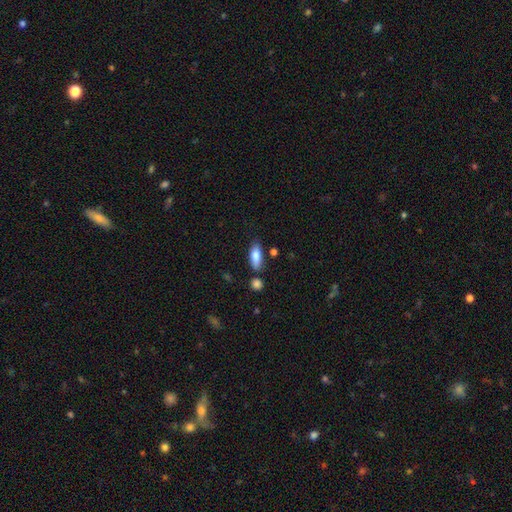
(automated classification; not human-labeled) A smooth galaxy with no disk features (83%) that is in between round and cigar-shaped (70%).

Vote fractions:
- Smooth or featured? smooth: 83% / featured or disk: 11% / star or artifact: 6%
- How rounded? in between: 70% / cigar-shaped: 28% / round: 2%
- Merging? none: 73% / minor disturbance: 16% / merger: 7% / major disturbance: 3%